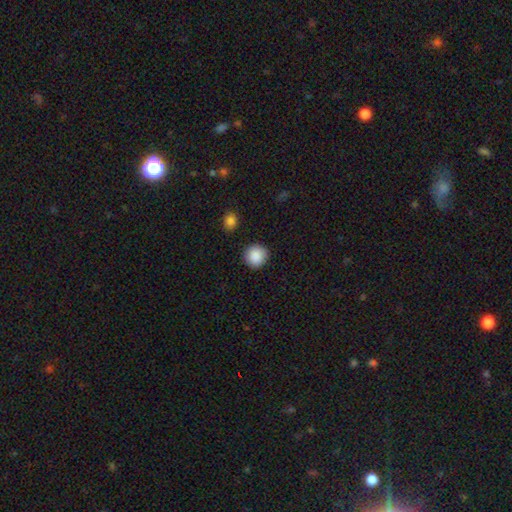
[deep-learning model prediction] A smooth galaxy with no disk features (89%) that is round (93%).

Vote fractions:
- Smooth or featured? smooth: 89% / star or artifact: 8% / featured or disk: 3%
- How rounded? round: 93% / in between: 6% / cigar-shaped: 1%
- Merging? none: 89% / minor disturbance: 7% / major disturbance: 2% / merger: 2%